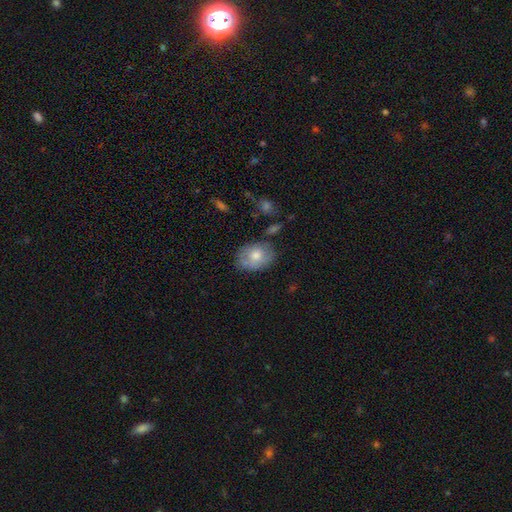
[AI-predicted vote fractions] smooth 62%, featured or disk 30%, star or artifact 8%. Down the decision tree: how rounded — in between (68%); merging — none (68%).